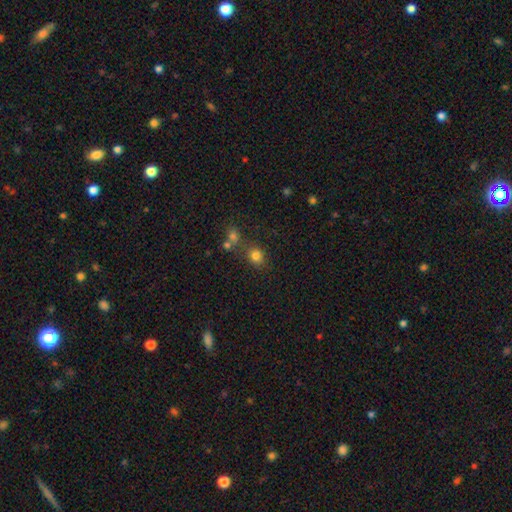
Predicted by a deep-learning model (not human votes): Smooth or featured? smooth (79%)
How rounded? round (73%)
Merging? none (69%)